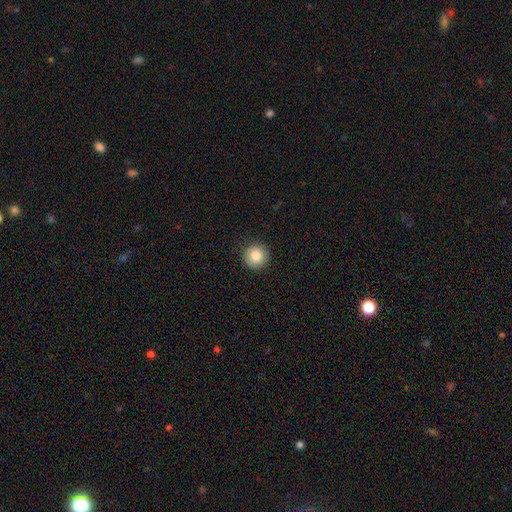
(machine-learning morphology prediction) Smooth or featured? smooth (85%)
How rounded? round (95%)
Merging? none (91%)